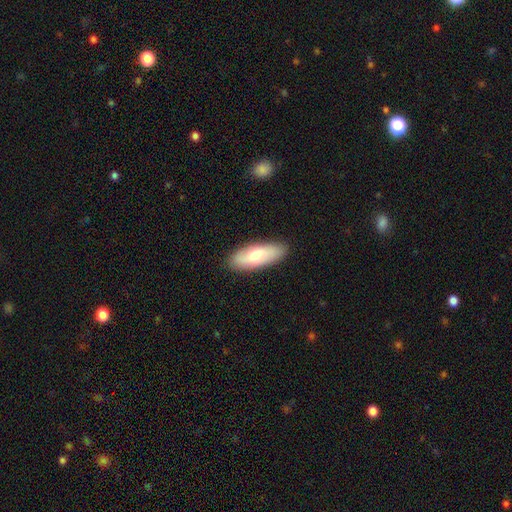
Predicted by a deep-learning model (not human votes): smooth-or-featured: smooth: 71% | featured or disk: 24% | star or artifact: 6%
  how-rounded: in between: 73% | cigar-shaped: 24% | round: 2%
  merging: none: 87% | minor disturbance: 10% | major disturbance: 2% | merger: 1%